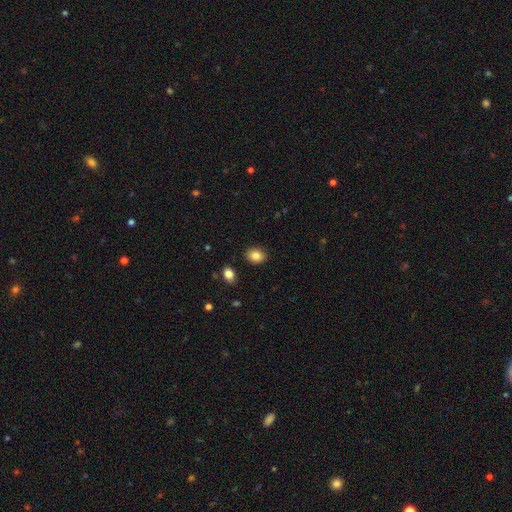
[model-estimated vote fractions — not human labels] Morphology: type=smooth (85%); roundness=in between (56%); merging=none (88%).